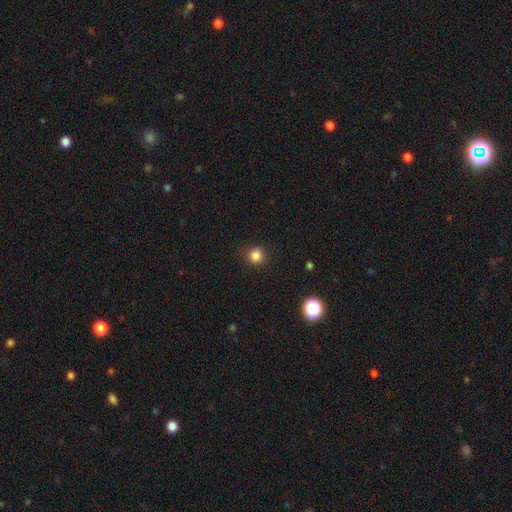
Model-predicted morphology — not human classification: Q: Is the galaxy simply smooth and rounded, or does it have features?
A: smooth — 84%.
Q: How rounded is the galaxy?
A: round — 91%.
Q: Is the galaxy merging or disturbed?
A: none — 88%.